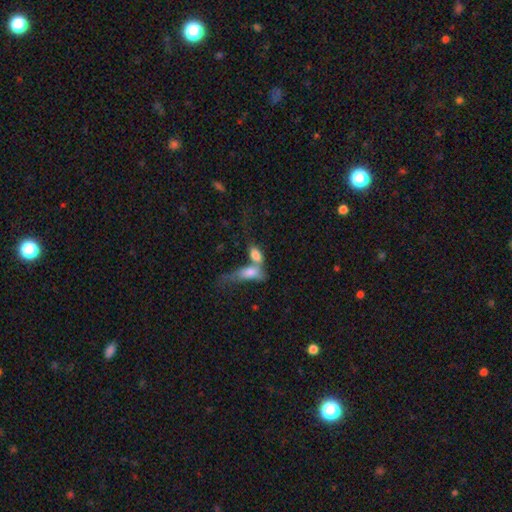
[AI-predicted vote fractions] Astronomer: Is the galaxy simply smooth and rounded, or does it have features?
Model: smooth — 71%.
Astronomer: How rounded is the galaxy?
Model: in between — 81%.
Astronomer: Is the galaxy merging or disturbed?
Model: merger — 70%.